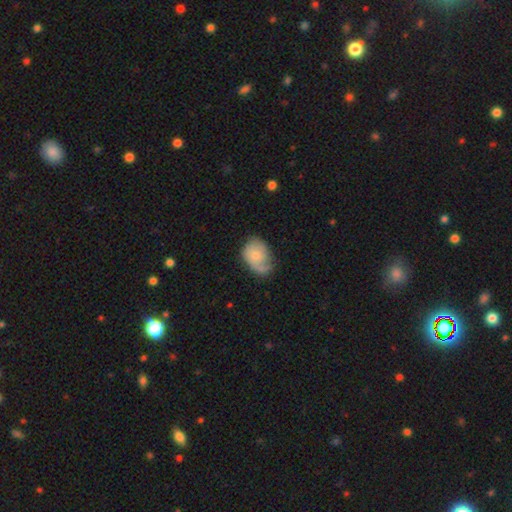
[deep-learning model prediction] Smooth or featured: smooth — 49% (featured or disk — 44%)
Merging: none — 44% (minor disturbance — 33%)